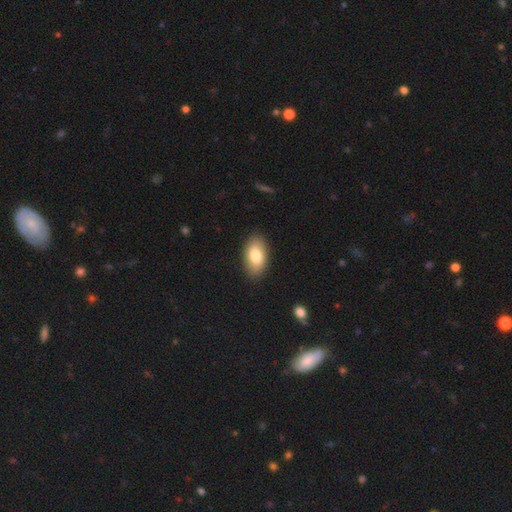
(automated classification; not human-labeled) smooth-or-featured: smooth: 80% | featured or disk: 13% | star or artifact: 7%
  how-rounded: in between: 94% | round: 4% | cigar-shaped: 2%
  merging: none: 88% | minor disturbance: 9% | major disturbance: 2% | merger: 1%